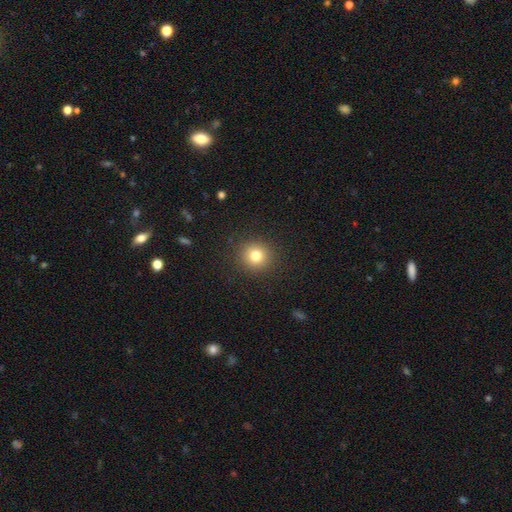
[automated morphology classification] Smooth or featured: smooth — 78% (star or artifact — 14%)
How rounded: round — 92% (in between — 7%)
Merging: none — 90% (minor disturbance — 6%)